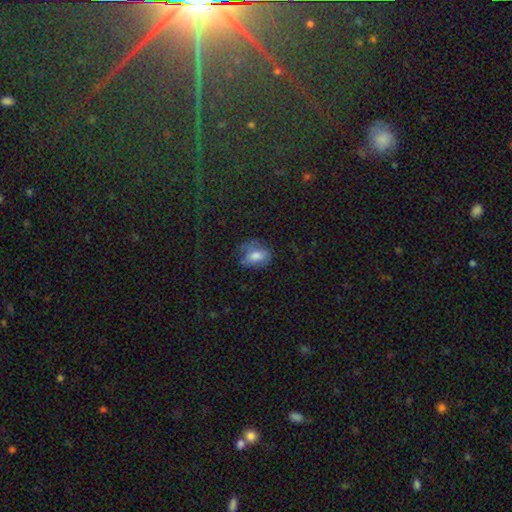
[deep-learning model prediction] Smooth or featured? Predicted: smooth (p=0.68). How rounded? Predicted: in between (p=0.76). Merging? Predicted: none (p=0.57).